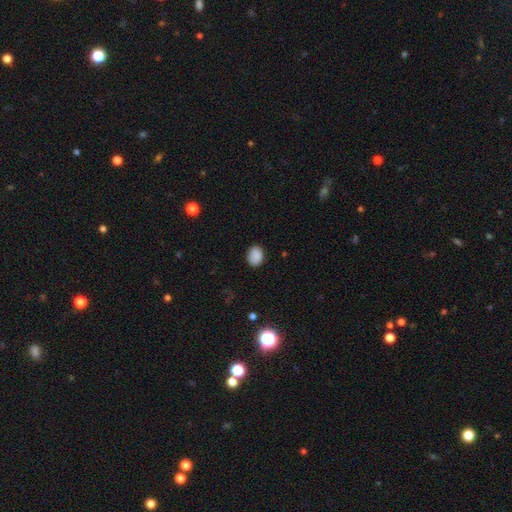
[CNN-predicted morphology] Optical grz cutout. It shows a smooth galaxy with no disk features (88%) that is in between round and cigar-shaped (62%). Merging: none (84%).